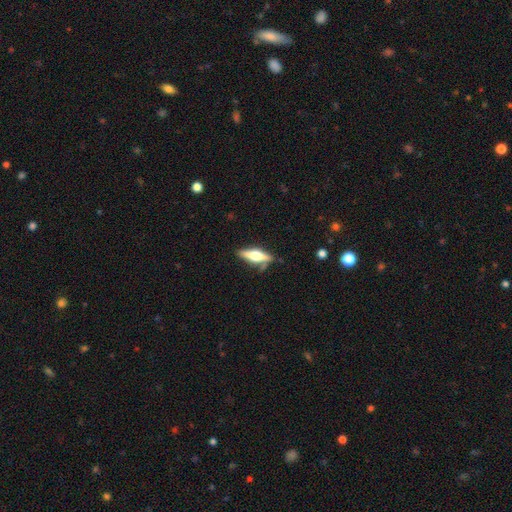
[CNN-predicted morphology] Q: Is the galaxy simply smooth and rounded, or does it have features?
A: featured or disk — 56%.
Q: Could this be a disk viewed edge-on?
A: yes — 94%.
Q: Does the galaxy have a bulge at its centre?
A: rounded — 90%.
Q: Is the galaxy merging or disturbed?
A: none — 75%.